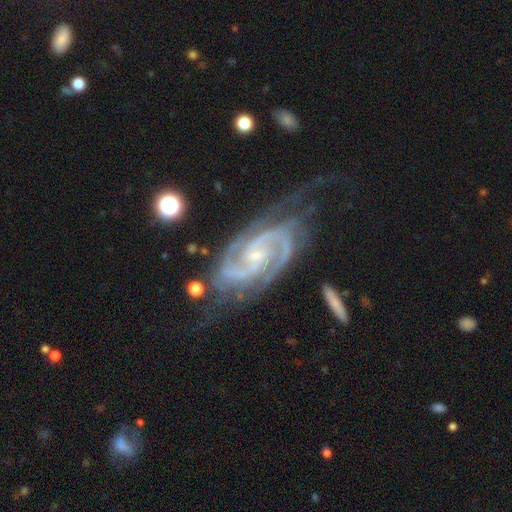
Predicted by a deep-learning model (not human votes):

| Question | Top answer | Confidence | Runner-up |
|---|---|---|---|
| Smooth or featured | featured or disk | 93% | star or artifact (4%) |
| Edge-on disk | no | 97% | yes (3%) |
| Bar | no | 49% | weak (34%) |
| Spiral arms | yes | 99% | no (1%) |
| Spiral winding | tight | 50% | medium (44%) |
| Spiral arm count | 2 | 88% | 3 (5%) |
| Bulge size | small | 76% | moderate (18%) |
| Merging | none | 58% | minor disturbance (26%) |